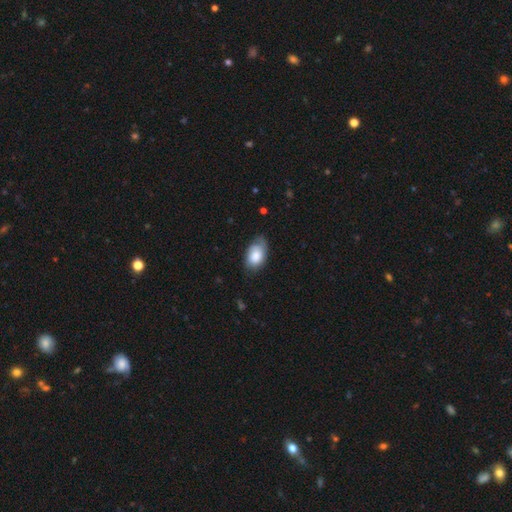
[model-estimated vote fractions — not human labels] Overall: smooth (74%). How rounded: in between (90%). Merging: none (58%; minor disturbance 33%).